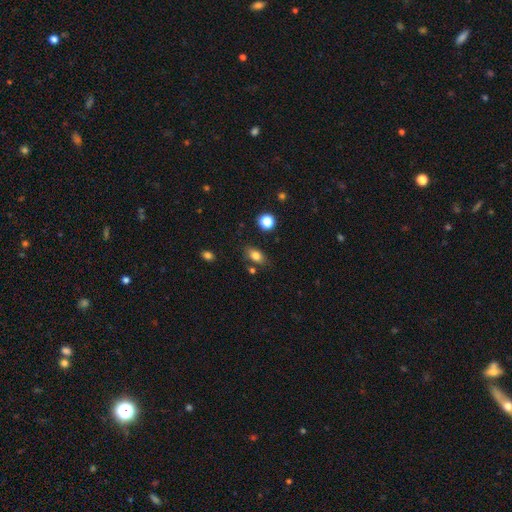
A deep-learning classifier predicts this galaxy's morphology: This is likely a smooth galaxy (80%). How rounded: clearly in between (83%). Merging: likely none (77%).